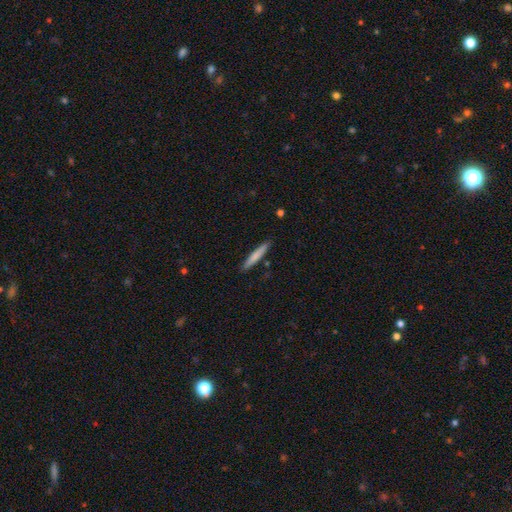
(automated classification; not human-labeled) A smooth galaxy with no disk features (75%) that is cigar-shaped (94%).

Vote fractions:
- Smooth or featured? smooth: 75% / featured or disk: 20% / star or artifact: 5%
- How rounded? cigar-shaped: 94% / in between: 5% / round: 1%
- Merging? none: 89% / minor disturbance: 8% / merger: 2% / major disturbance: 2%